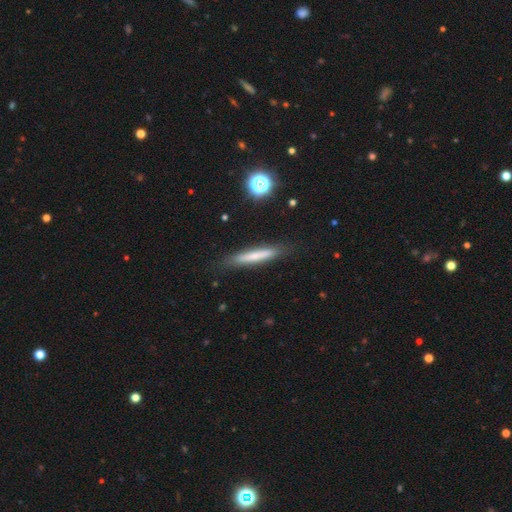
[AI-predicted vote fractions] The model was most divided on "smooth or featured": smooth: 61%, featured or disk: 31%, star or artifact: 8%. More confident: how rounded — cigar-shaped (93%); merging — none (84%).